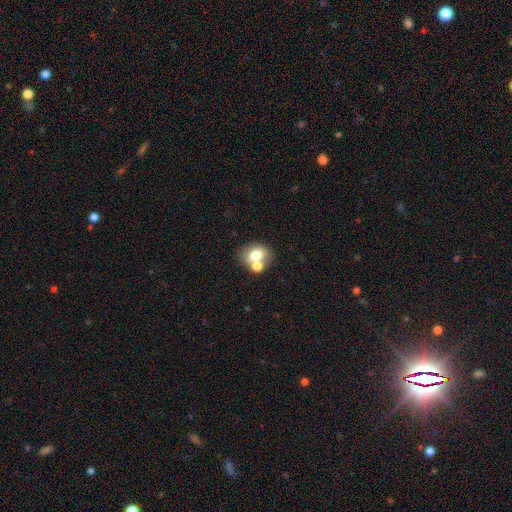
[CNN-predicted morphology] Smooth or featured? smooth (70%)
How rounded? in between (49%, tied with round)
Merging? none (47%)